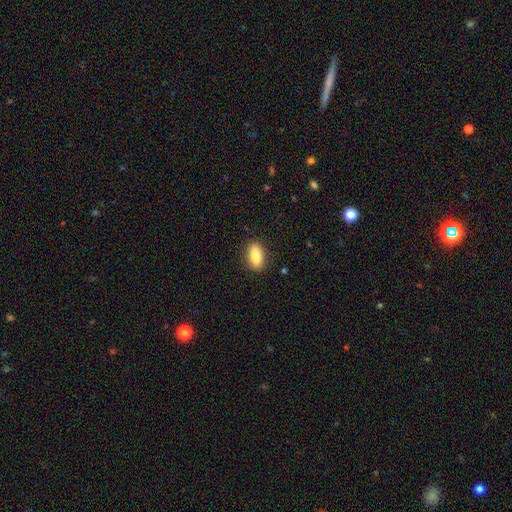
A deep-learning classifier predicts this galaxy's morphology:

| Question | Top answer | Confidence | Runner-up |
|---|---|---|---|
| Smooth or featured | smooth | 85% | featured or disk (8%) |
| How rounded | in between | 89% | cigar-shaped (7%) |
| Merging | none | 88% | minor disturbance (9%) |